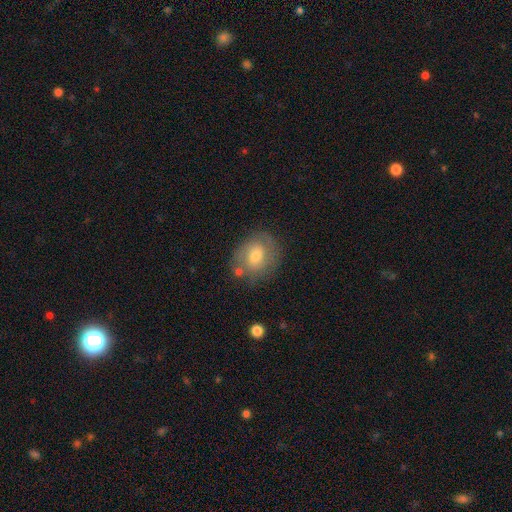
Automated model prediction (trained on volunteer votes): This appears to be a smooth galaxy with no disk features (49%). Merging: none (72%).